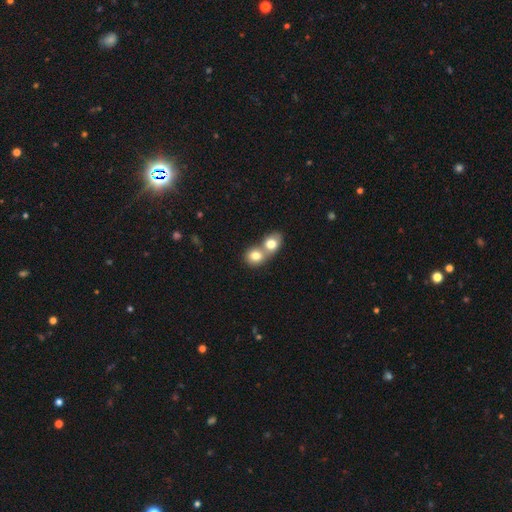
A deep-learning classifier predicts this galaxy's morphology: Smooth or featured? smooth (78%)
How rounded? round (68%)
Merging? merger (68%)